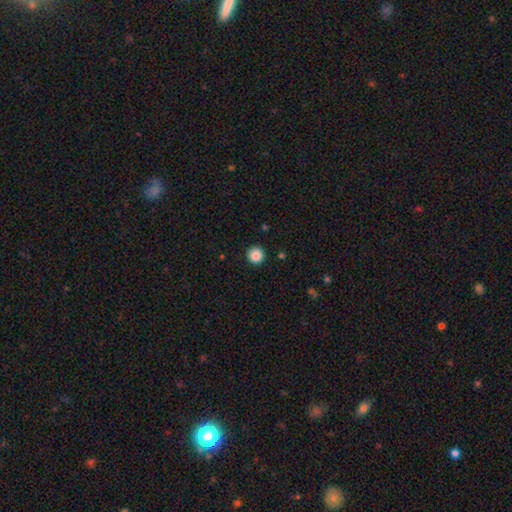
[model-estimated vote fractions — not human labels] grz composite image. It shows a smooth galaxy with no disk features (87%) that is round (96%). Merging: none (93%).